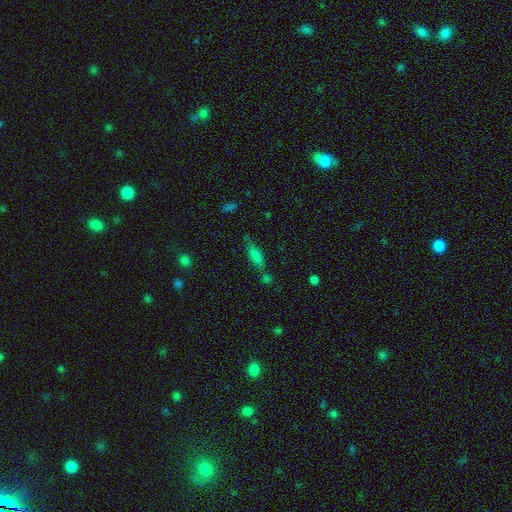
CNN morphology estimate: smooth 77%, star or artifact 12%, featured or disk 11%. Down the decision tree: how rounded — in between (59%); merging — none (56%).